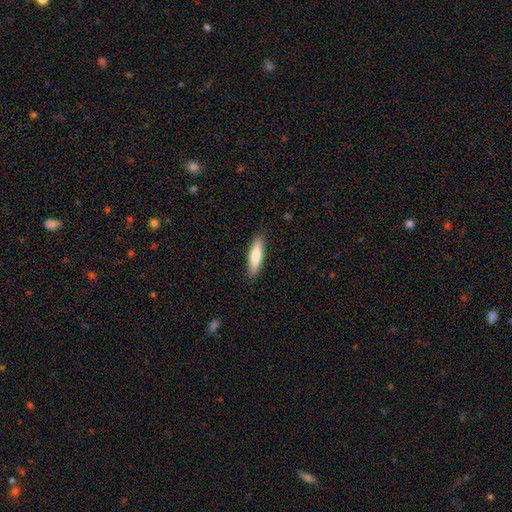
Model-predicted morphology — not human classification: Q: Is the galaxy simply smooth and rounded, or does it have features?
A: smooth — 77%.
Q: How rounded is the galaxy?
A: cigar-shaped — 71%.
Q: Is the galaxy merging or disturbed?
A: none — 88%.